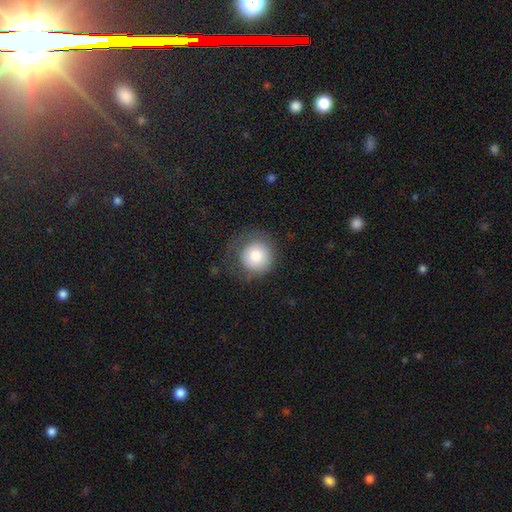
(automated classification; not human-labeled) Smooth or featured?
  - smooth: 81% *
  - featured or disk: 11%
  - star or artifact: 8%
How rounded?
  - round: 92% *
  - in between: 7%
  - cigar-shaped: 1%
Merging?
  - none: 64% *
  - minor disturbance: 20%
  - major disturbance: 14%
  - merger: 1%